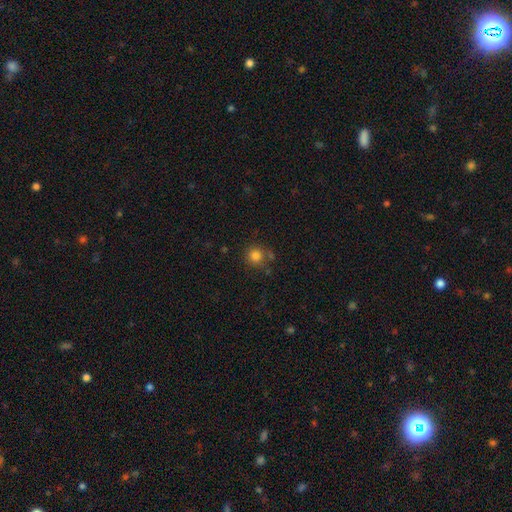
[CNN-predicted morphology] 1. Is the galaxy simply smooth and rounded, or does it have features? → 82% smooth, 13% star or artifact, 6% featured or disk.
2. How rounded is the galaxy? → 92% round, 7% in between, 1% cigar-shaped.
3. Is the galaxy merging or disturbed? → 73% none, 12% minor disturbance, 10% merger, 4% major disturbance.